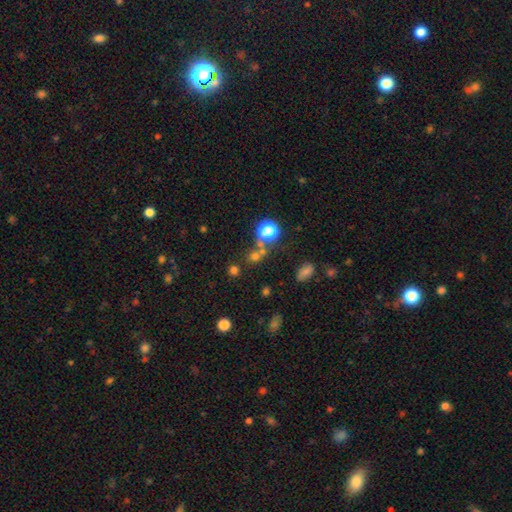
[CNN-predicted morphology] Q: Smooth or featured?
A: smooth (56%); runner-up: star or artifact (35%)
Q: How rounded?
A: round (87%); runner-up: in between (12%)
Q: Merging?
A: none (62%); runner-up: merger (24%)